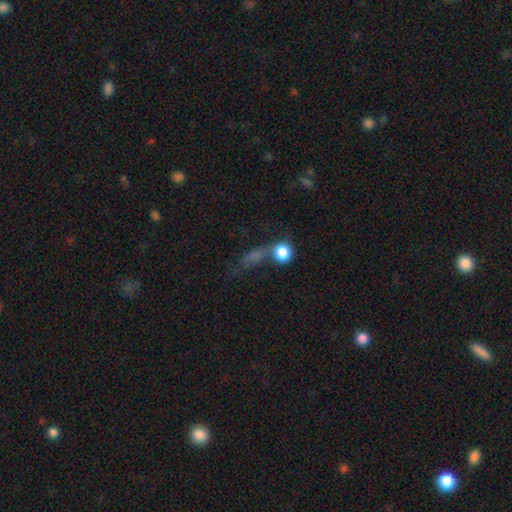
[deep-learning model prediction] Q: Smooth or featured?
A: smooth (56%); runner-up: star or artifact (27%)
Q: How rounded?
A: round (56%); runner-up: in between (28%)
Q: Merging?
A: none (42%); runner-up: merger (22%)